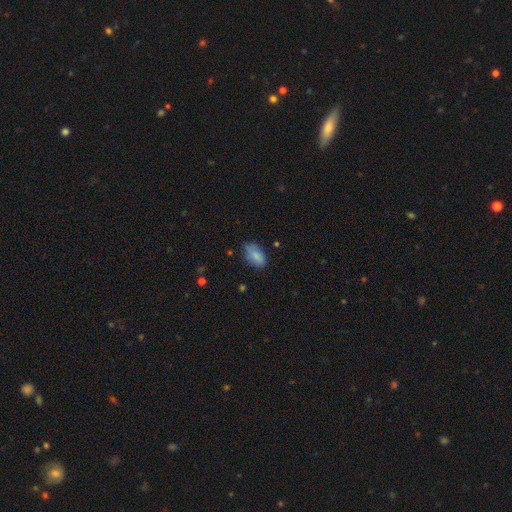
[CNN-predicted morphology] A smooth galaxy with no disk features (82%) that is in between round and cigar-shaped (91%). Merging: none (63%).